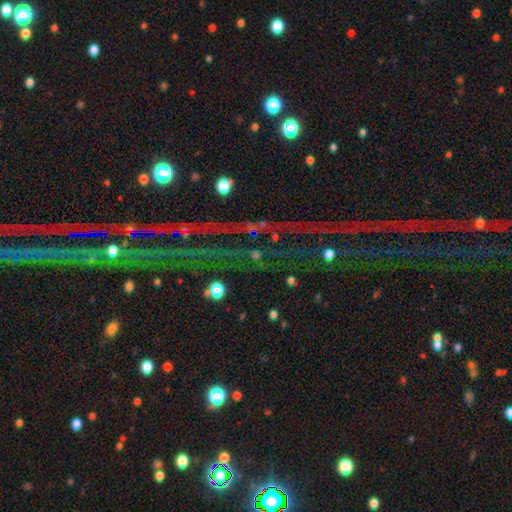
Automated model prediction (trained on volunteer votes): A star or artifact, not a galaxy (71%).

Vote fractions:
- Smooth or featured? star or artifact: 71% / smooth: 16% / featured or disk: 13%